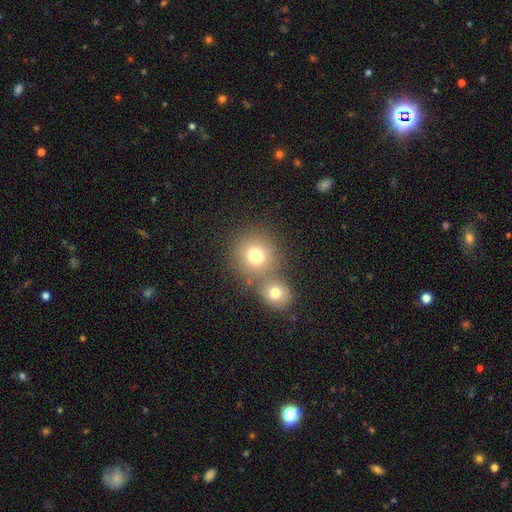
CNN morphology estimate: type=smooth (76%); roundness=round (87%); merging=none (52%).